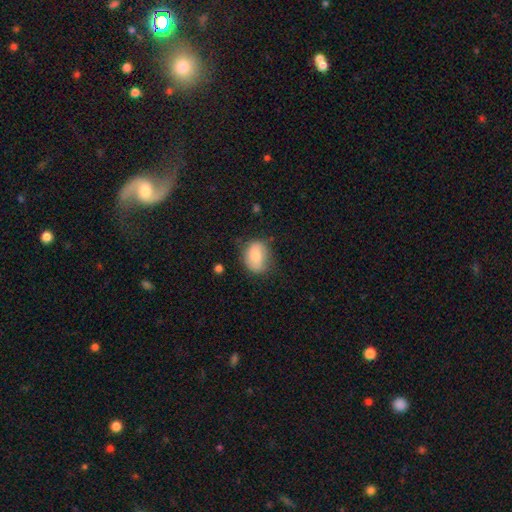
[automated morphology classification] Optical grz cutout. It shows a smooth galaxy with no disk features (78%) that is in between round and cigar-shaped (67%). Merging: none (64%).